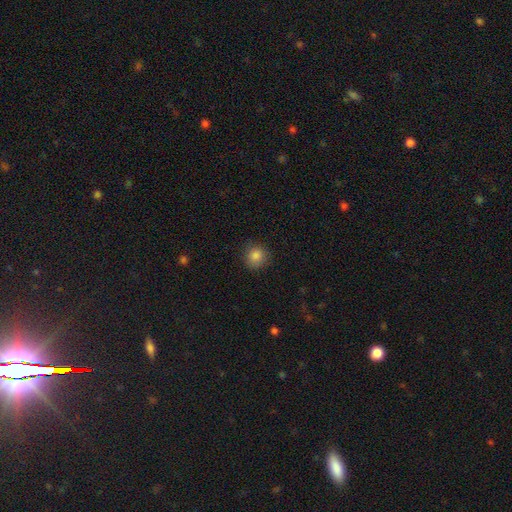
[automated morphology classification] Smooth or featured: smooth — 84% (star or artifact — 11%)
How rounded: round — 91% (in between — 8%)
Merging: none — 87% (minor disturbance — 9%)